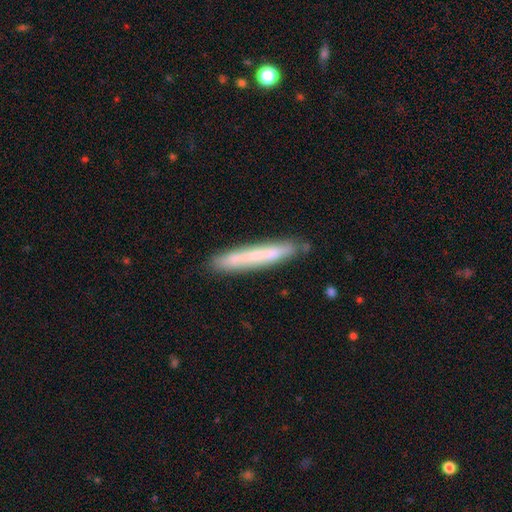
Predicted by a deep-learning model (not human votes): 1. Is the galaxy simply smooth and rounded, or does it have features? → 58% smooth, 35% featured or disk, 7% star or artifact.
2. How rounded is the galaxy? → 95% cigar-shaped, 4% in between, 1% round.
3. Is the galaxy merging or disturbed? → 83% none, 13% minor disturbance, 2% major disturbance, 2% merger.